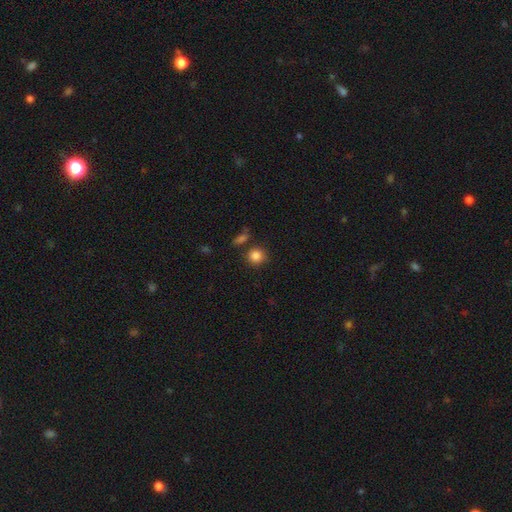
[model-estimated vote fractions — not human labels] smooth 85%, star or artifact 10%, featured or disk 4%. Down the decision tree: how rounded — round (88%); merging — none (78%).